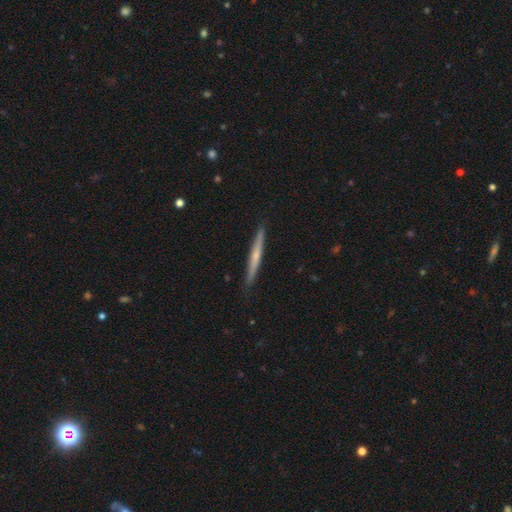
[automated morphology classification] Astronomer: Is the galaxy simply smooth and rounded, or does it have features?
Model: featured or disk — 51% (runner-up: smooth, 43%).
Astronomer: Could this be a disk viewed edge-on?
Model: yes — 97%.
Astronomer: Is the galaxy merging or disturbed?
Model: none — 89%.